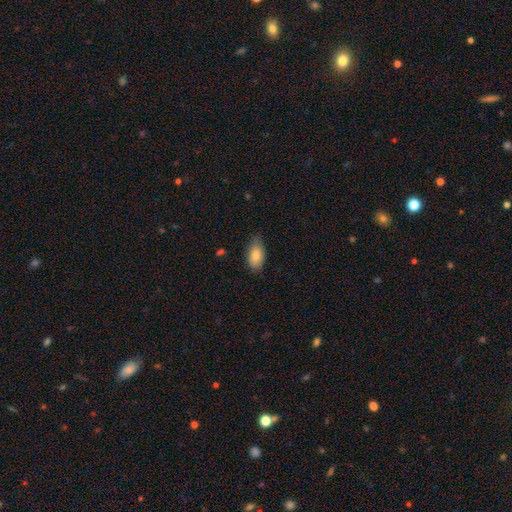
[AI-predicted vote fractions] smooth-or-featured: smooth: 84% | featured or disk: 9% | star or artifact: 7%
  how-rounded: in between: 92% | round: 4% | cigar-shaped: 3%
  merging: none: 72% | minor disturbance: 23% | major disturbance: 4% | merger: 1%